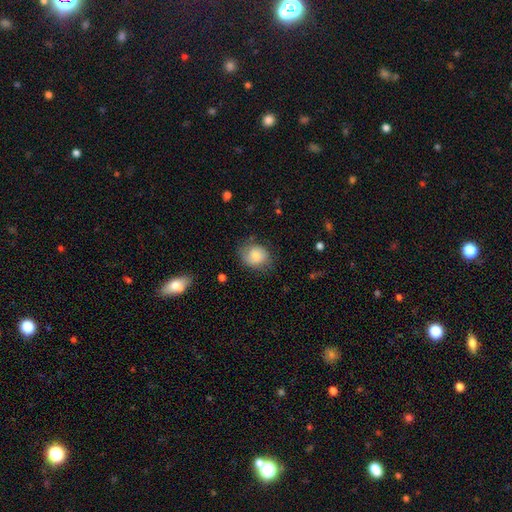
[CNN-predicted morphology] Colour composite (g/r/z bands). It shows a smooth galaxy with no disk features (75%) that is round (62%). Merging: none (65%).